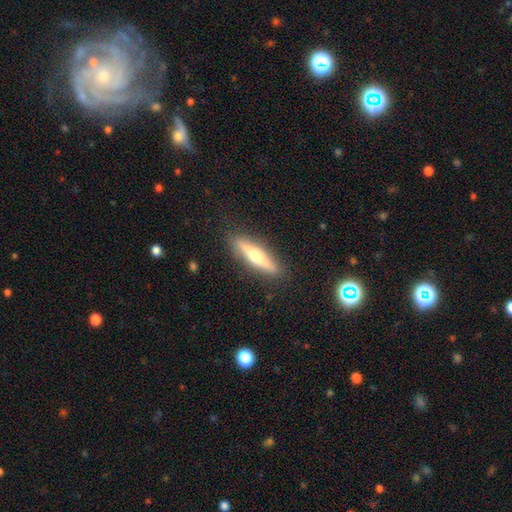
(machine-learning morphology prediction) Smooth or featured?
  - featured or disk: 60% *
  - smooth: 35%
  - star or artifact: 6%
Edge-on disk?
  - yes: 94% *
  - no: 6%
Edge-on bulge?
  - rounded: 93% *
  - none: 4%
  - boxy: 3%
Merging?
  - none: 89% *
  - minor disturbance: 8%
  - major disturbance: 2%
  - merger: 1%